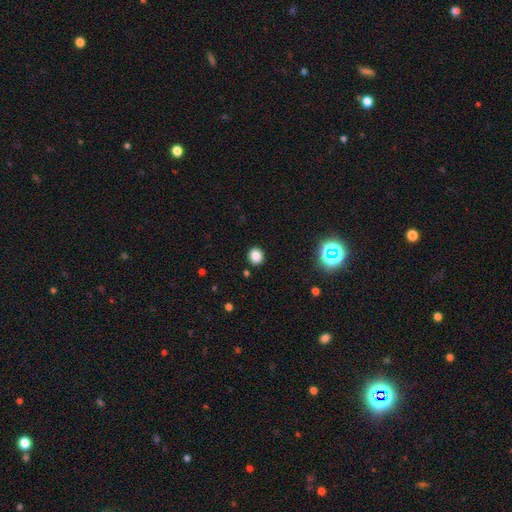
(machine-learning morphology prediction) This appears to be a smooth galaxy with no disk features (83%) that is round (74%). Merging: none (90%).